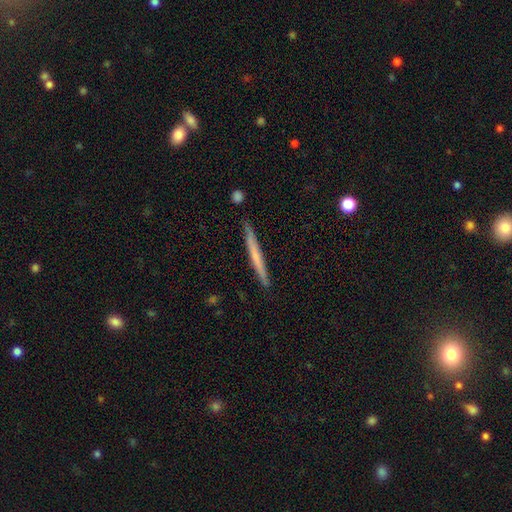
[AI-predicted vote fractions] Morphology: type=smooth (50%); merging=none (90%).